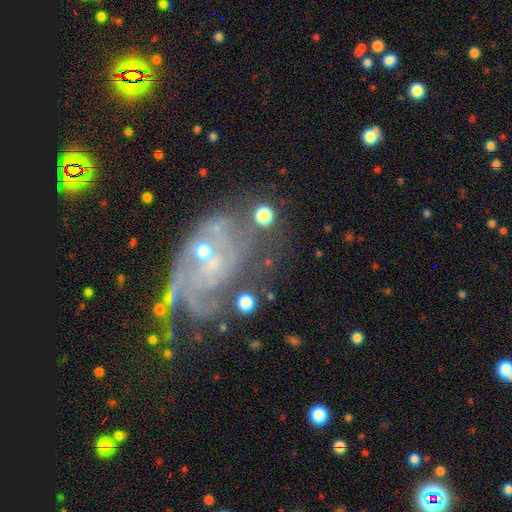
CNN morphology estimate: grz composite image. It shows a featured or disk galaxy (76%) with no bar (61%), tight (53%) spiral arms (85%) and a small central bulge (72%). Merging: none (50%).